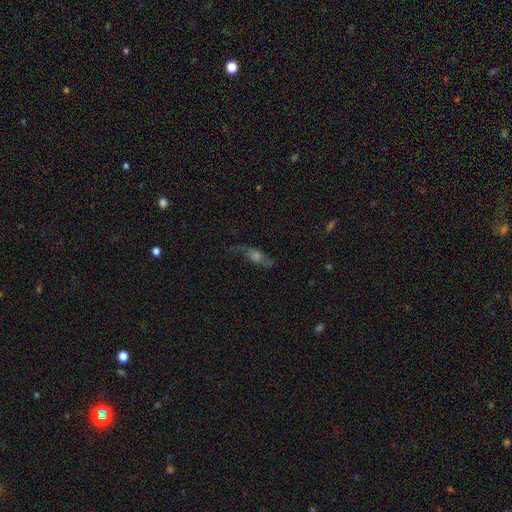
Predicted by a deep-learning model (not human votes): Q: Smooth or featured?
A: featured or disk (59%); runner-up: smooth (25%)
Q: Edge-on disk?
A: no (64%); runner-up: yes (36%)
Q: Merging?
A: none (62%); runner-up: minor disturbance (20%)